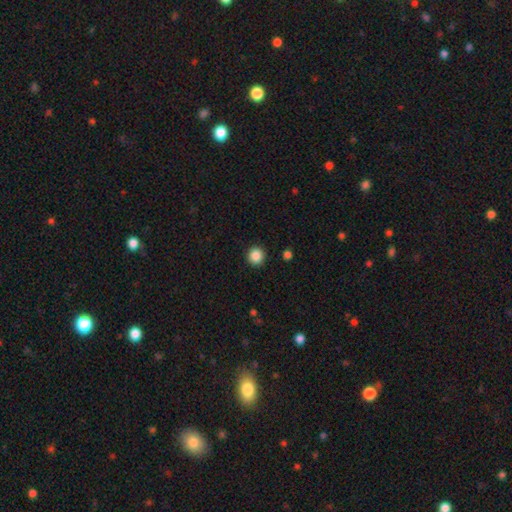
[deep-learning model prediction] Overall: smooth (87%). How rounded: round (94%). Merging: none (92%).